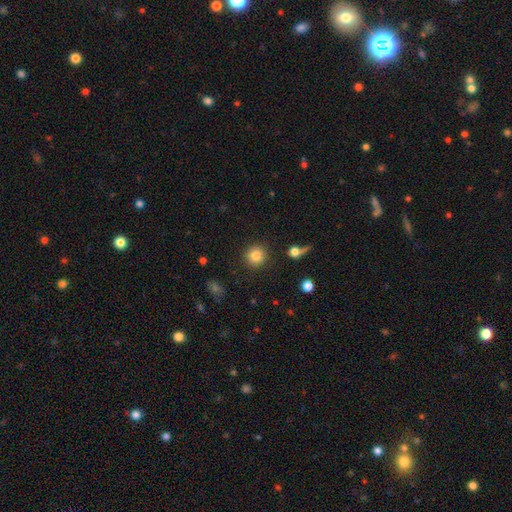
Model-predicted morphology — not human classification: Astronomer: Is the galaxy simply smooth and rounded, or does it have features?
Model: smooth — 83%.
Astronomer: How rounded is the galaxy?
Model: round — 92%.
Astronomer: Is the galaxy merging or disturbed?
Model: none — 89%.